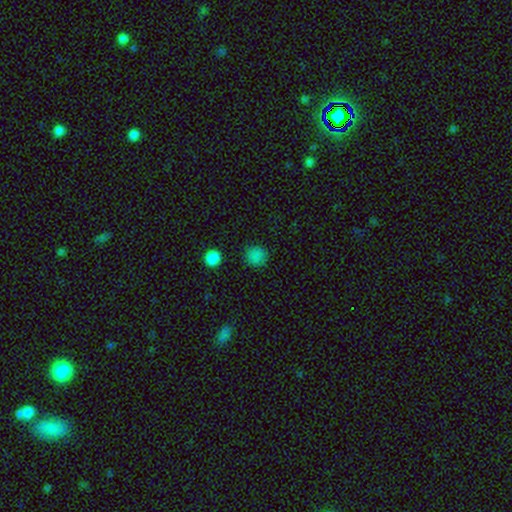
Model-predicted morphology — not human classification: Overall: smooth (83%). How rounded: round (91%). Merging: none (88%).